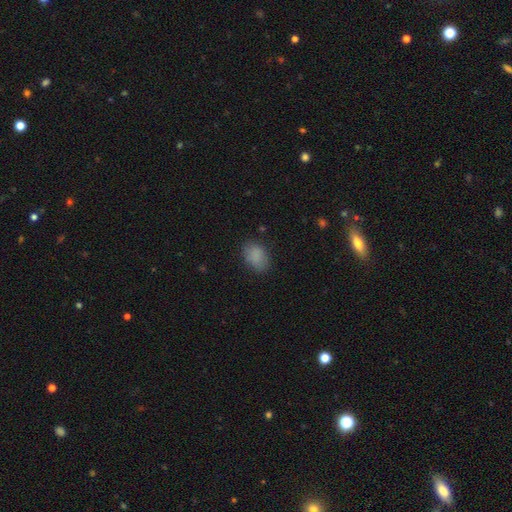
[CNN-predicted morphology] This appears to be a smooth galaxy with no disk features (85%) that is in between round and cigar-shaped (80%). Merging: none (77%).